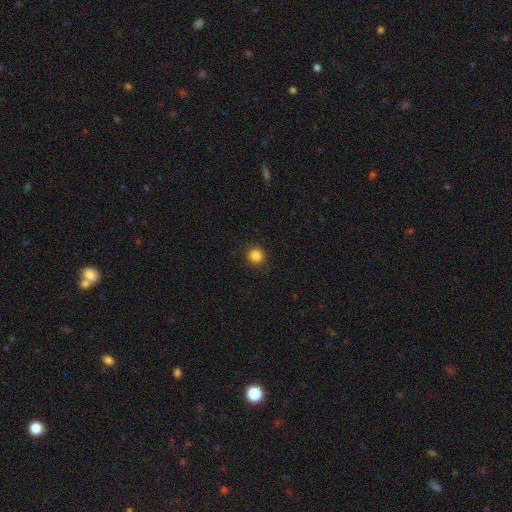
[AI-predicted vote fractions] The model was most divided on "smooth or featured": smooth: 85%, star or artifact: 11%, featured or disk: 4%. More confident: merging — none (92%); how rounded — round (90%).